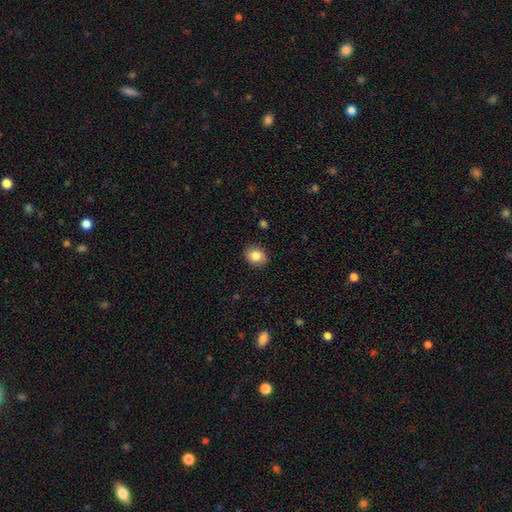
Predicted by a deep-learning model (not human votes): Smooth or featured? Predicted: smooth (p=0.83). How rounded? Predicted: in between (p=0.51). Merging? Predicted: none (p=0.88).